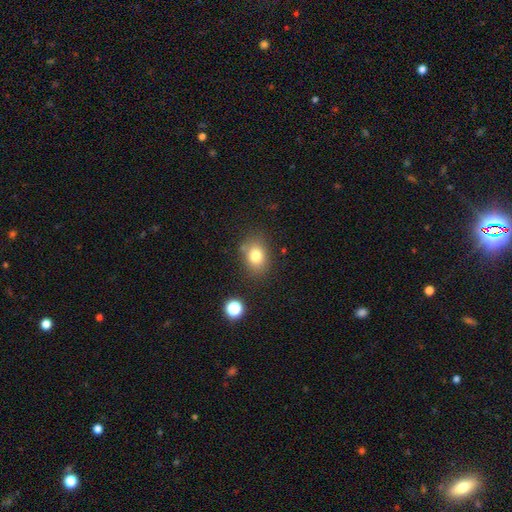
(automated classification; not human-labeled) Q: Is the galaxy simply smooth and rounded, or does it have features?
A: smooth — 79%.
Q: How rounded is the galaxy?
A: in between — 57%.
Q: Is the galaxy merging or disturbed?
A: none — 77%.